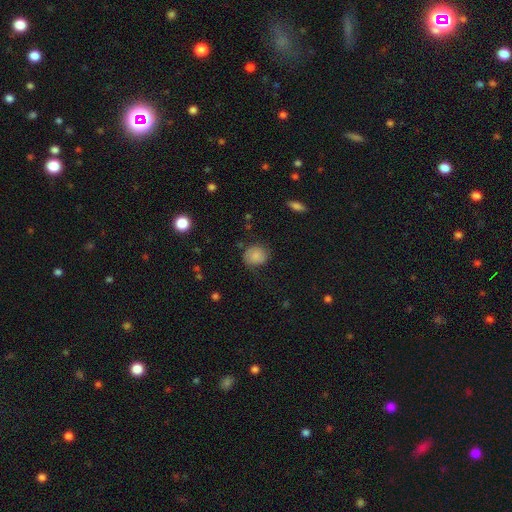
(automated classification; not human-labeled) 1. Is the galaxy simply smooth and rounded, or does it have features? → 76% smooth, 15% featured or disk, 9% star or artifact.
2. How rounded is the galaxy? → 73% round, 26% in between, 1% cigar-shaped.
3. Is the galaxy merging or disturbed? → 66% none, 24% minor disturbance, 9% major disturbance, 2% merger.